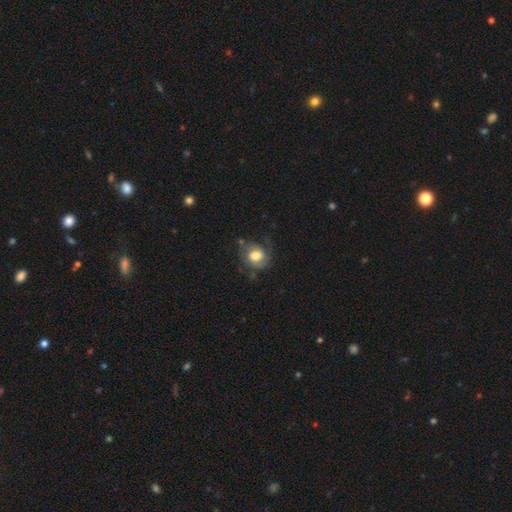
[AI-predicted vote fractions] Smooth or featured? smooth (60%)
How rounded? round (63%)
Merging? none (52%)